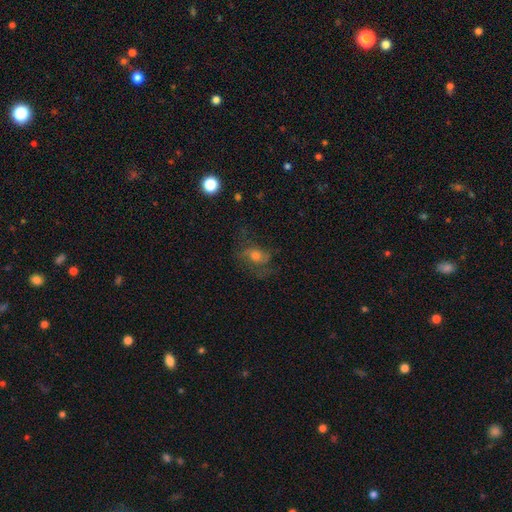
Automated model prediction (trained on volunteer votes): A featured or disk galaxy (49%).

Vote fractions:
- Smooth or featured? featured or disk: 49% / smooth: 34% / star or artifact: 17%
- Merging? none: 54% / major disturbance: 24% / minor disturbance: 20% / merger: 2%